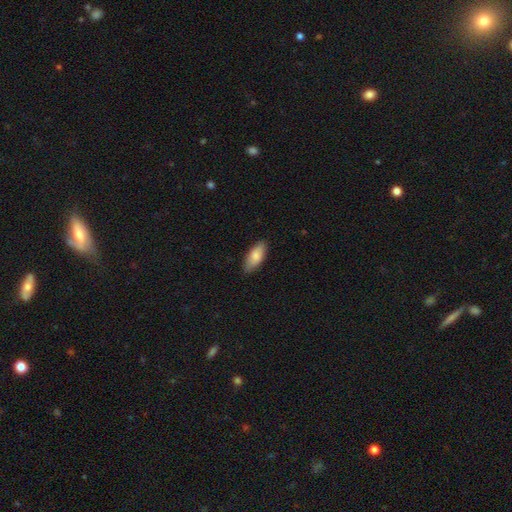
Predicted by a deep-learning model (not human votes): smooth-or-featured: smooth: 84% | featured or disk: 11% | star or artifact: 6%
  how-rounded: in between: 81% | cigar-shaped: 17% | round: 2%
  merging: none: 85% | minor disturbance: 12% | major disturbance: 2% | merger: 1%